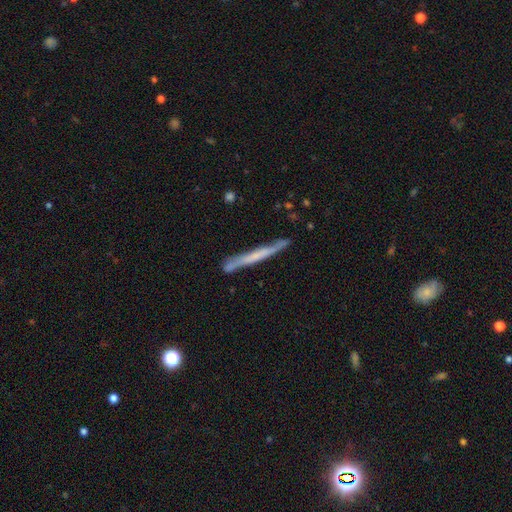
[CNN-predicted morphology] A featured or disk galaxy (51%) viewed edge-on (94%). Merging: none (82%).